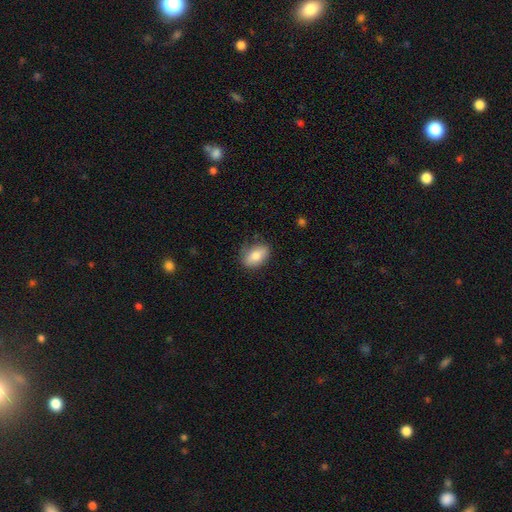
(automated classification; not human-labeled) A smooth galaxy with no disk features (82%) that is in between round and cigar-shaped (87%). Merging: none (75%).